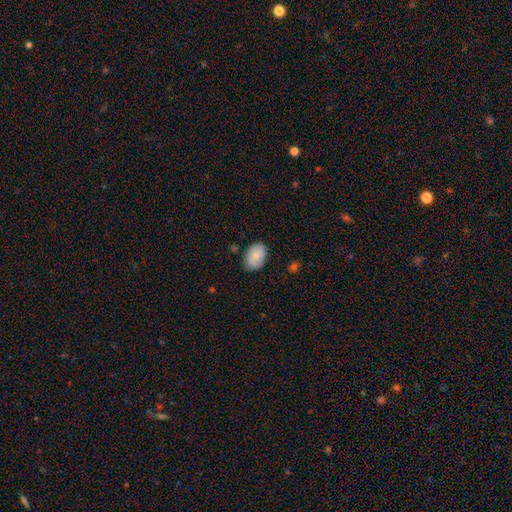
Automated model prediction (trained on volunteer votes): Smooth or featured?
  - smooth: 76% *
  - featured or disk: 18%
  - star or artifact: 7%
How rounded?
  - in between: 83% *
  - round: 16%
  - cigar-shaped: 1%
Merging?
  - none: 79% *
  - minor disturbance: 16%
  - major disturbance: 3%
  - merger: 2%